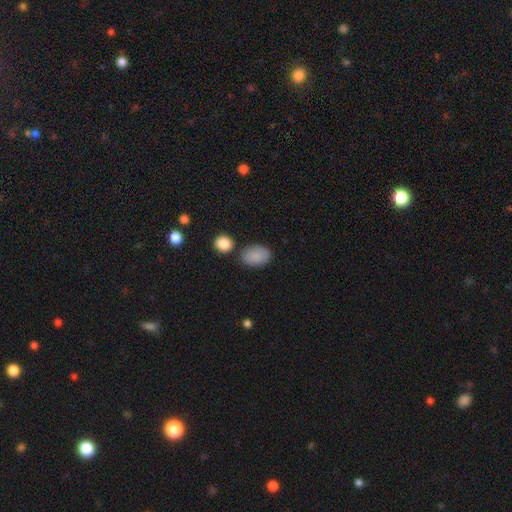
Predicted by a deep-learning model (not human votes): The model was most divided on "merging": none: 75%, minor disturbance: 14%, merger: 8%, major disturbance: 4%. More confident: how rounded — in between (88%); smooth or featured — smooth (87%).